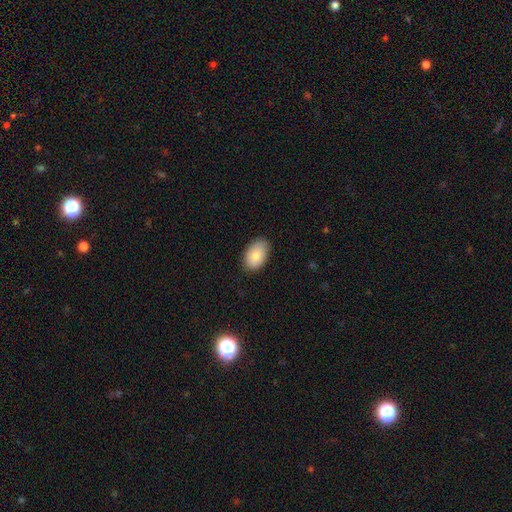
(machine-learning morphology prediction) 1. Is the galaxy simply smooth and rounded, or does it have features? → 85% smooth, 9% featured or disk, 6% star or artifact.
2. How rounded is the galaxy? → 92% in between, 7% round, 1% cigar-shaped.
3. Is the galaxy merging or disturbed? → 82% none, 14% minor disturbance, 2% major disturbance, 1% merger.